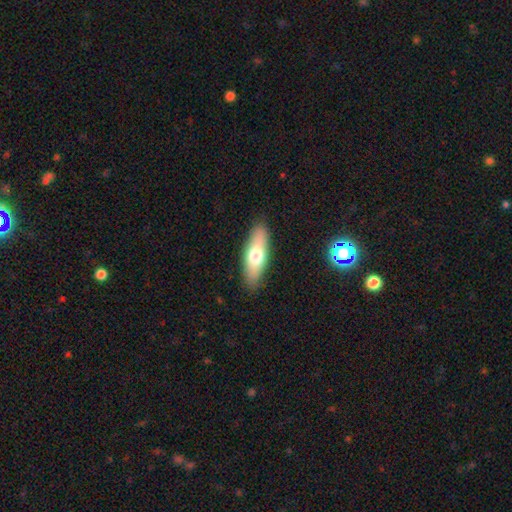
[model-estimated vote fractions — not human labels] Q: Smooth or featured?
A: smooth (65%); runner-up: featured or disk (29%)
Q: How rounded?
A: in between (57%); runner-up: cigar-shaped (40%)
Q: Merging?
A: none (88%); runner-up: minor disturbance (9%)